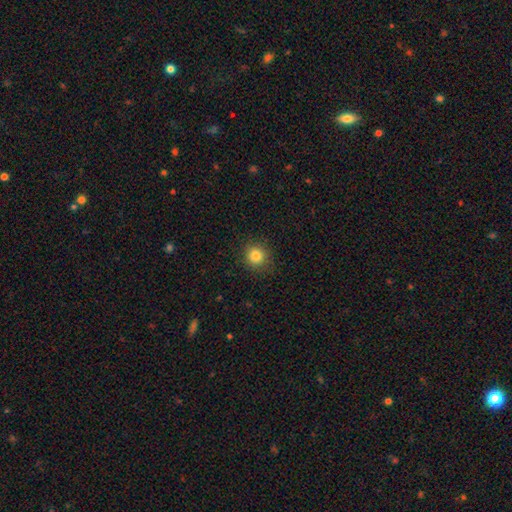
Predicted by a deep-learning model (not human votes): Smooth or featured? smooth (82%)
How rounded? round (90%)
Merging? none (89%)